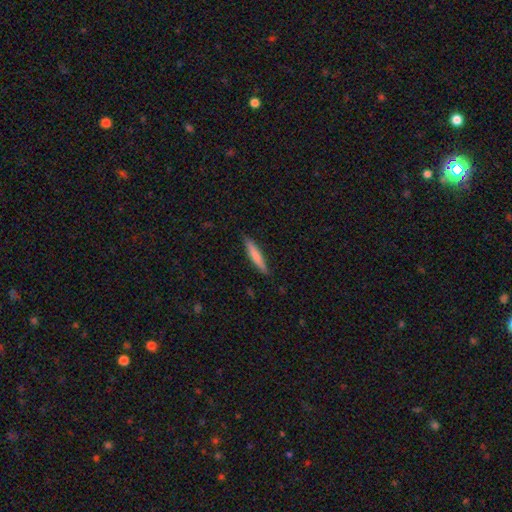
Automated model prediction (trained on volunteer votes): Morphology: type=smooth (73%); roundness=cigar-shaped (91%); merging=none (88%).